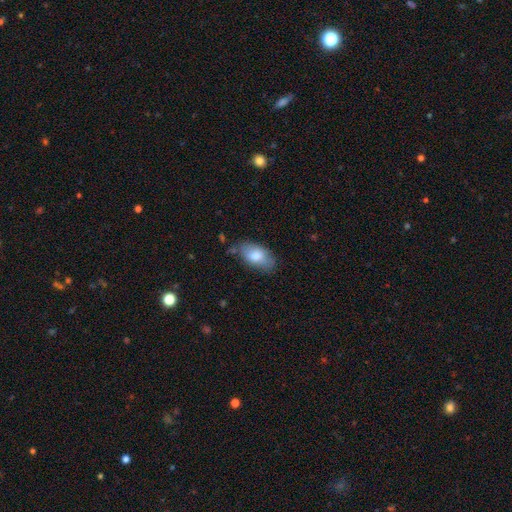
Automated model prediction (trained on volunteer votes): Smooth or featured? smooth (79%)
How rounded? in between (93%)
Merging? none (73%)